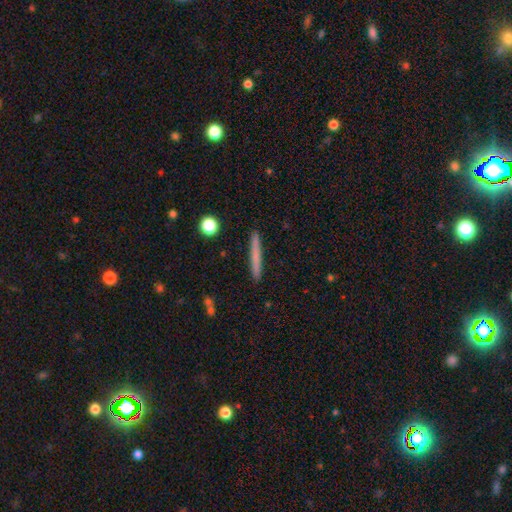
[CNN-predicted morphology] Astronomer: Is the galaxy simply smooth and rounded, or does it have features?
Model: smooth — 68%.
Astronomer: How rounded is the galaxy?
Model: cigar-shaped — 96%.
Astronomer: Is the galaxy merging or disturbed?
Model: none — 92%.